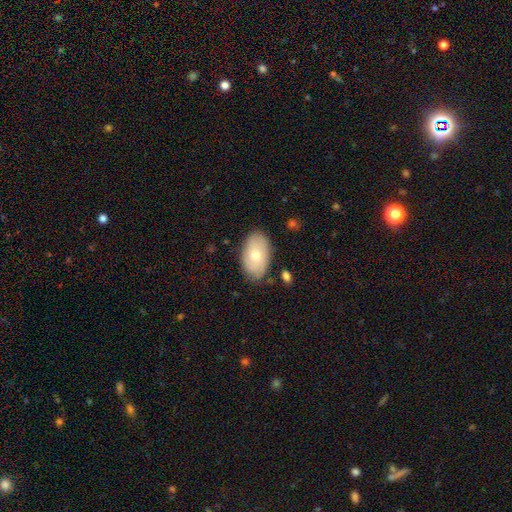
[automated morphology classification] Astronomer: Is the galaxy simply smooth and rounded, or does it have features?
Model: smooth — 68%.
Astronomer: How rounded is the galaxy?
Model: in between — 92%.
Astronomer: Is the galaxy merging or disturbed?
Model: none — 80%.